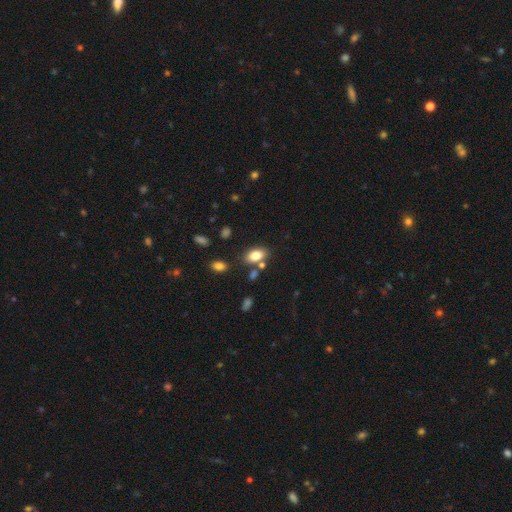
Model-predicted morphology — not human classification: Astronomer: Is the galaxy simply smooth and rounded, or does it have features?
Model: smooth — 81%.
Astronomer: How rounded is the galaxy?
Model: in between — 90%.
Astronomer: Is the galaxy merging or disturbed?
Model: none — 72%.